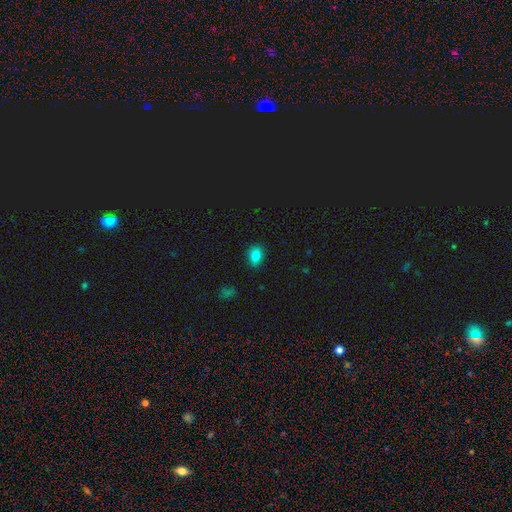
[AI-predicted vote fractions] The model was most divided on "how rounded": in between: 71%, round: 27%, cigar-shaped: 1%. More confident: merging — none (87%); smooth or featured — smooth (82%).